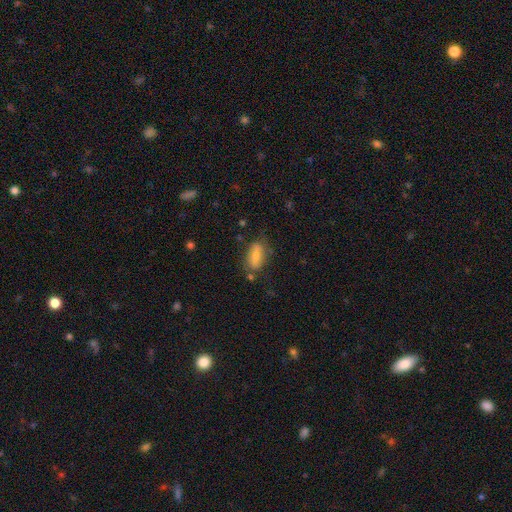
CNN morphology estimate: smooth 70%, featured or disk 22%, star or artifact 7%. Down the decision tree: how rounded — in between (81%); merging — none (70%).